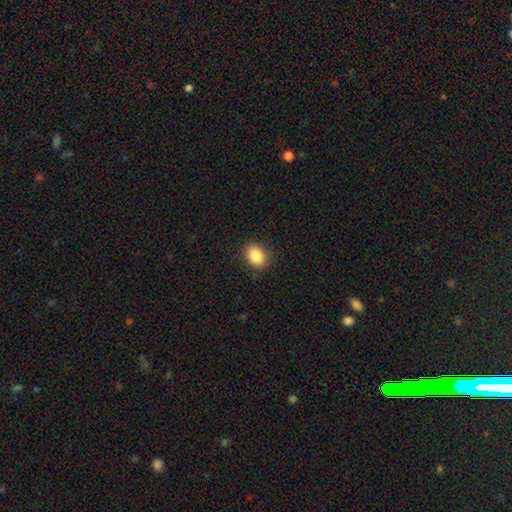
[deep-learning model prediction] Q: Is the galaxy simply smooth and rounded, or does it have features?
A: smooth — 88%.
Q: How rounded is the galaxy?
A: in between — 67%.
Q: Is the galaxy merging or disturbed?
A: none — 88%.